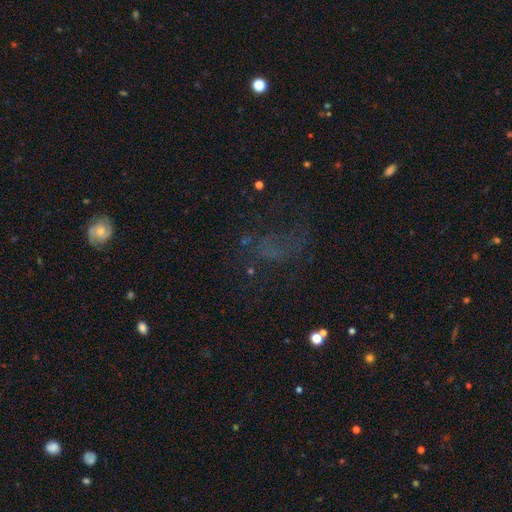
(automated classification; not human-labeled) Smooth or featured: star or artifact — 43% (smooth — 30%)